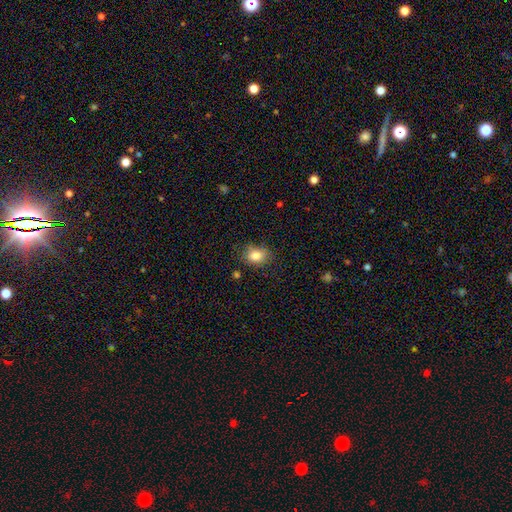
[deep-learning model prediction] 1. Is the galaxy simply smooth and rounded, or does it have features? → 84% smooth, 9% star or artifact, 7% featured or disk.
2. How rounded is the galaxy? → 60% in between, 39% round, 1% cigar-shaped.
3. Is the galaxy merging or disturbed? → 75% none, 18% minor disturbance, 4% major disturbance, 2% merger.